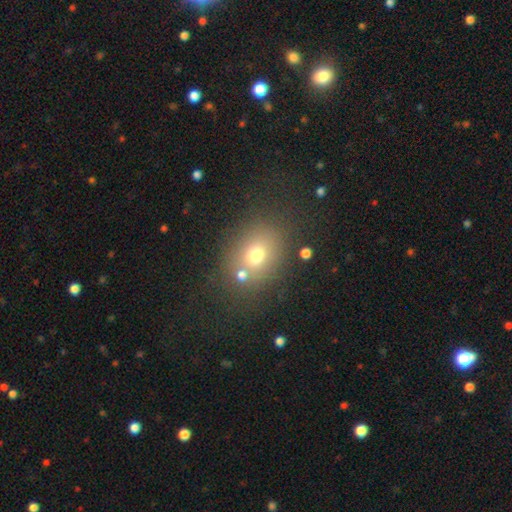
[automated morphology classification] Smooth or featured?
  - smooth: 69% *
  - star or artifact: 17%
  - featured or disk: 14%
How rounded?
  - in between: 52% *
  - round: 47%
  - cigar-shaped: 1%
Merging?
  - none: 71% *
  - merger: 12%
  - minor disturbance: 12%
  - major disturbance: 5%